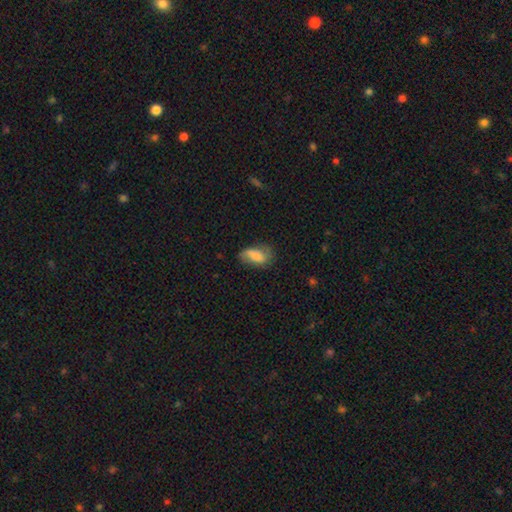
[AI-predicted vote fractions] smooth 71%, featured or disk 21%, star or artifact 8%. Down the decision tree: how rounded — in between (89%); merging — none (54%).